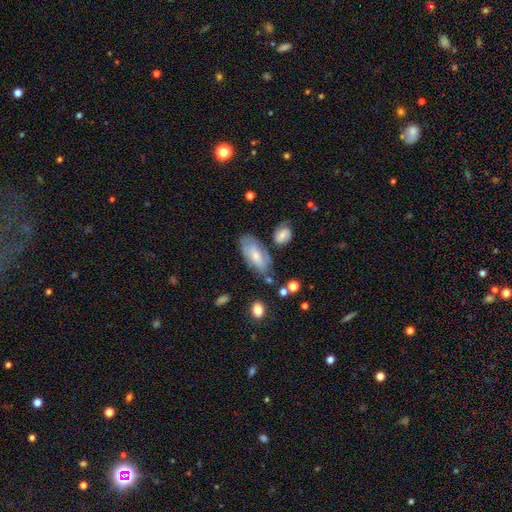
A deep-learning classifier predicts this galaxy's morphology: This appears to be a smooth galaxy with no disk features (51%) that is in between round and cigar-shaped (89%). Merging: none (60%).